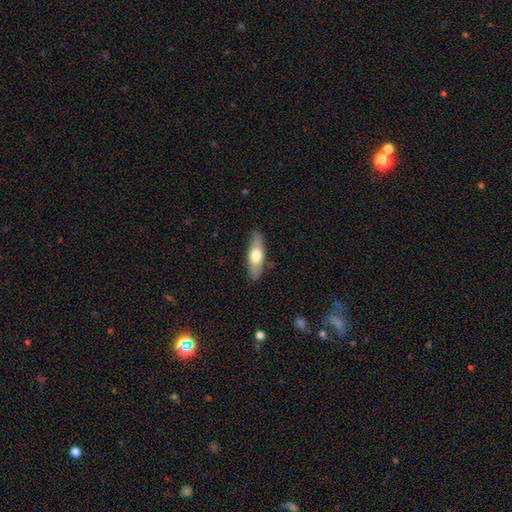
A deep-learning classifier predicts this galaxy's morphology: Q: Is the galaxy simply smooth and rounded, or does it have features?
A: smooth — 58%.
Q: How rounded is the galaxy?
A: in between — 55%.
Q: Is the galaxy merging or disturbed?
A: none — 86%.